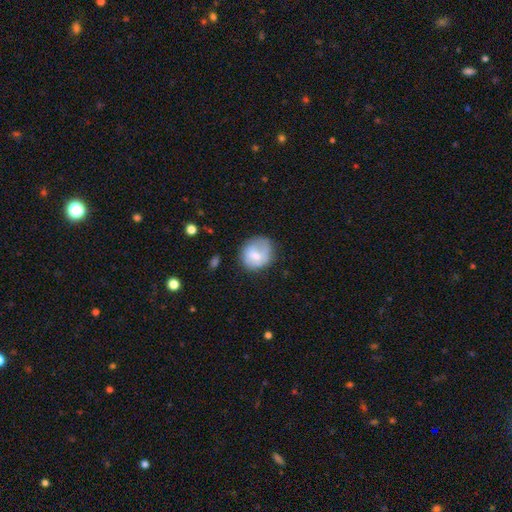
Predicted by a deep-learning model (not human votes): smooth_or_featured: smooth (p=0.64) [alt: featured or disk p=0.28]
how_rounded: round (p=0.76) [alt: in between p=0.23]
merging: none (p=0.60) [alt: minor disturbance p=0.26]